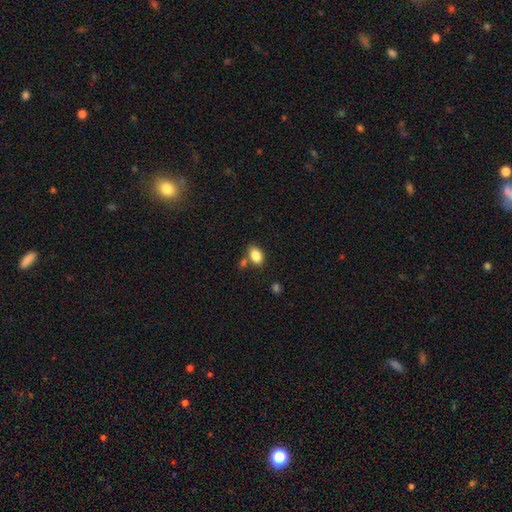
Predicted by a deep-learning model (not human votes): smooth_or_featured: smooth (p=0.86) [alt: star or artifact p=0.08]
how_rounded: in between (p=0.86) [alt: round p=0.12]
merging: none (p=0.71) [alt: merger p=0.14]